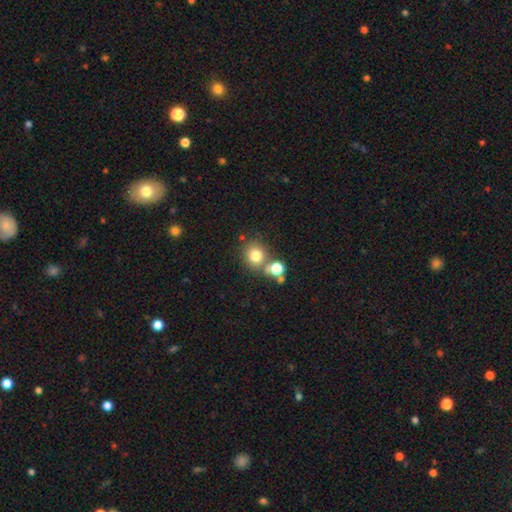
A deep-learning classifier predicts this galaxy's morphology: A smooth galaxy with no disk features (76%) that is round (83%). Merging: none (65%).